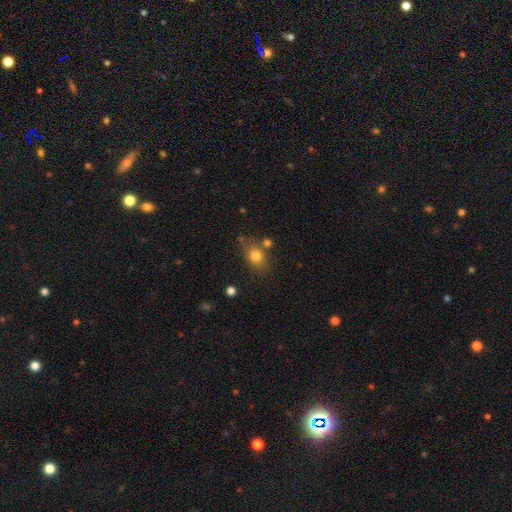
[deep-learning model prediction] Morphology: type=smooth (79%); roundness=in between (60%); merging=none (68%).